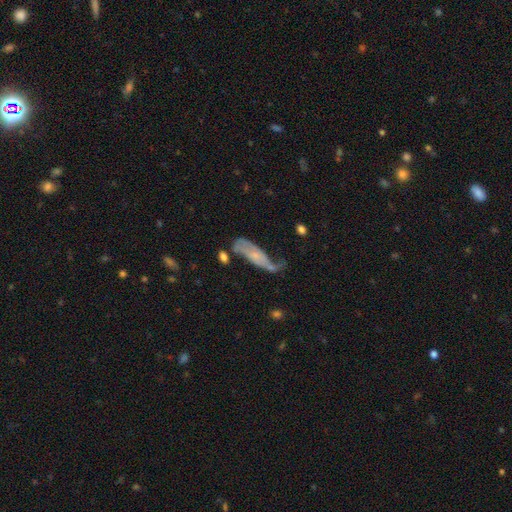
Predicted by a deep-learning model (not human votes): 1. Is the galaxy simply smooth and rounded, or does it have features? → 55% featured or disk, 37% smooth, 8% star or artifact.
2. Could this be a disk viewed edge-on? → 78% no, 22% yes.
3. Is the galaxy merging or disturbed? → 32% none, 30% minor disturbance, 28% major disturbance, 10% merger.